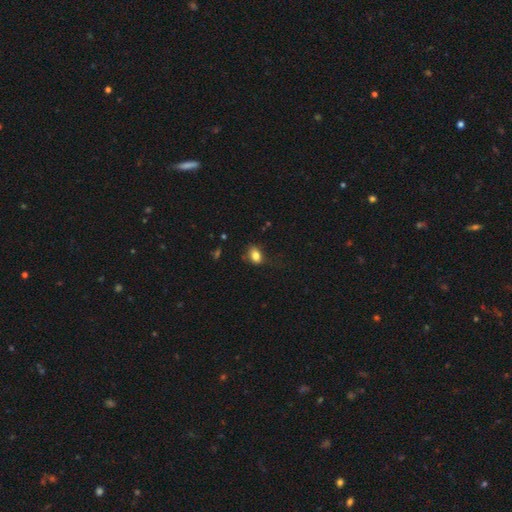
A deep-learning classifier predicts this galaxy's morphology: Smooth or featured: smooth — 82% (star or artifact — 10%)
How rounded: in between — 77% (round — 22%)
Merging: none — 69% (minor disturbance — 22%)